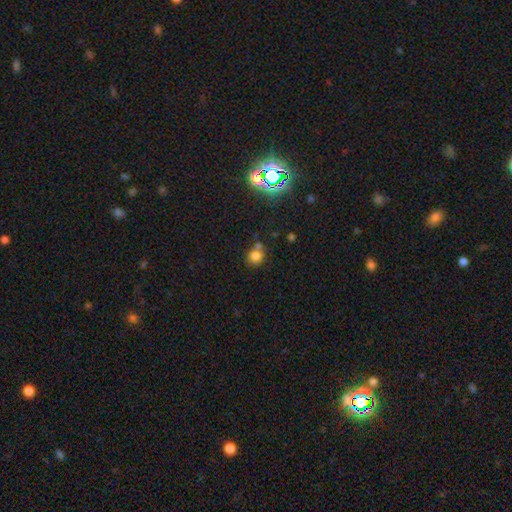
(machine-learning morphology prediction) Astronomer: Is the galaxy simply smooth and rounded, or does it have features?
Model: smooth — 76%.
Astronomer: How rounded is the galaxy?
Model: round — 84%.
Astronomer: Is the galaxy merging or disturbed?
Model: none — 62%.